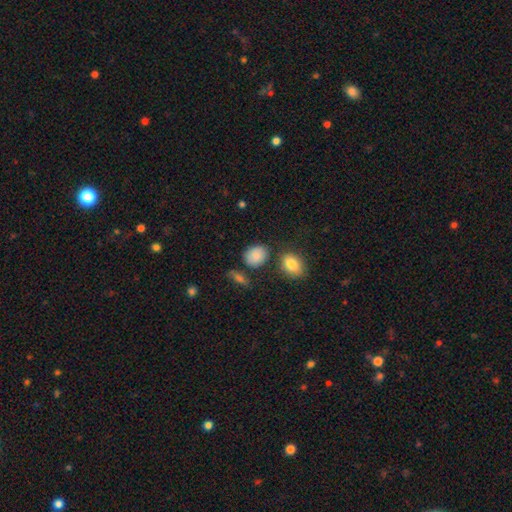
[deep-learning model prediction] smooth 85%, star or artifact 9%, featured or disk 6%. Down the decision tree: how rounded — round (51%); merging — none (75%).